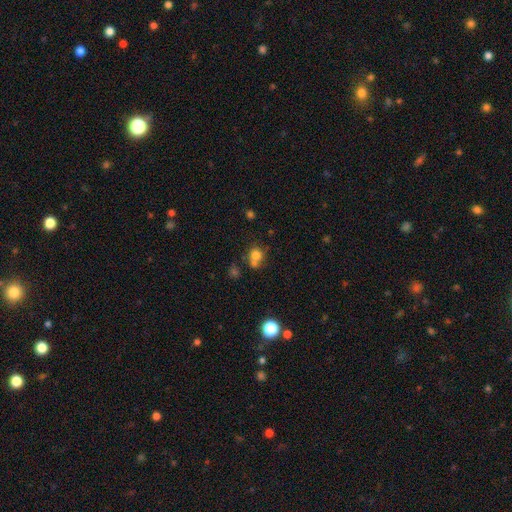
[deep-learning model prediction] Smooth or featured: smooth — 75% (star or artifact — 14%)
How rounded: round — 77% (in between — 22%)
Merging: none — 48% (merger — 33%)